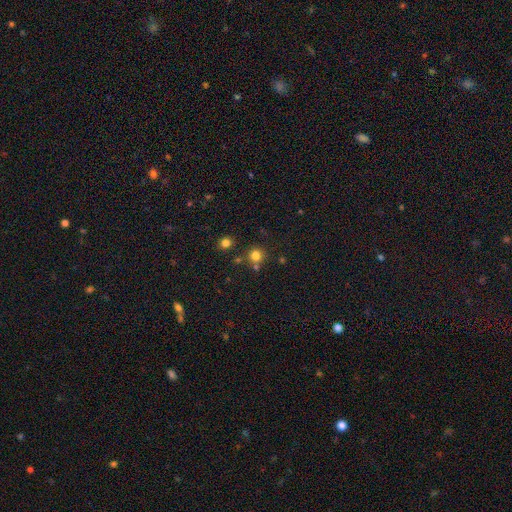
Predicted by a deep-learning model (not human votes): Smooth or featured?
  - smooth: 78% *
  - star or artifact: 16%
  - featured or disk: 6%
How rounded?
  - round: 92% *
  - in between: 7%
  - cigar-shaped: 1%
Merging?
  - none: 75% *
  - merger: 13%
  - minor disturbance: 8%
  - major disturbance: 3%